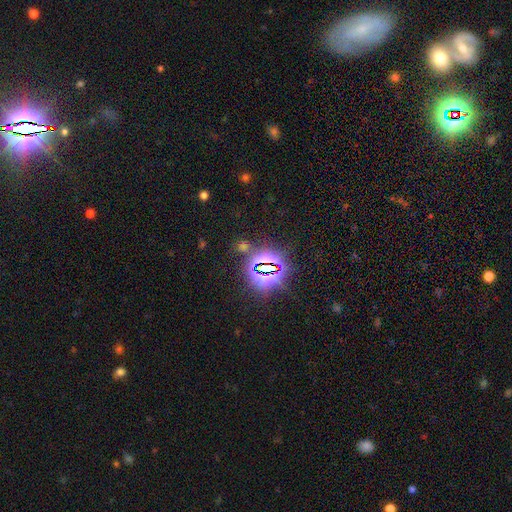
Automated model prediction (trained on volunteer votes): Q: Smooth or featured?
A: star or artifact (80%); runner-up: smooth (12%)